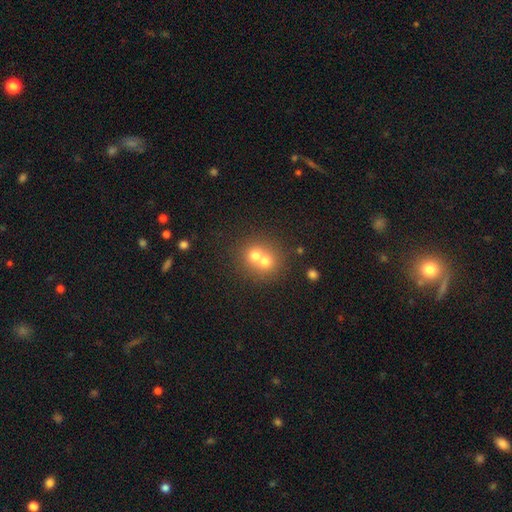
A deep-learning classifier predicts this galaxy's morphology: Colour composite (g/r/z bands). It shows a smooth galaxy with no disk features (67%) that is round (83%). Merging: merger (63%).